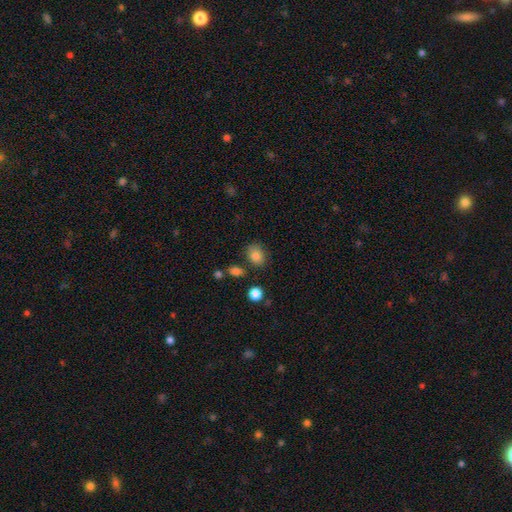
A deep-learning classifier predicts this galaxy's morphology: type=smooth (84%); roundness=in between (58%); merging=none (72%).